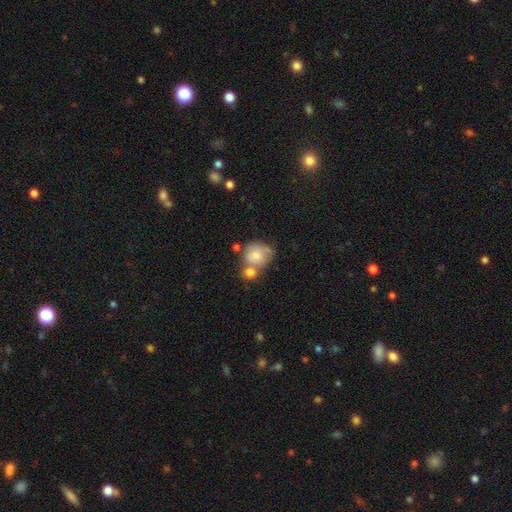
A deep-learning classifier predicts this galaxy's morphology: This appears to be a smooth galaxy with no disk features (73%) that is round (70%). Merging: merger (45%).